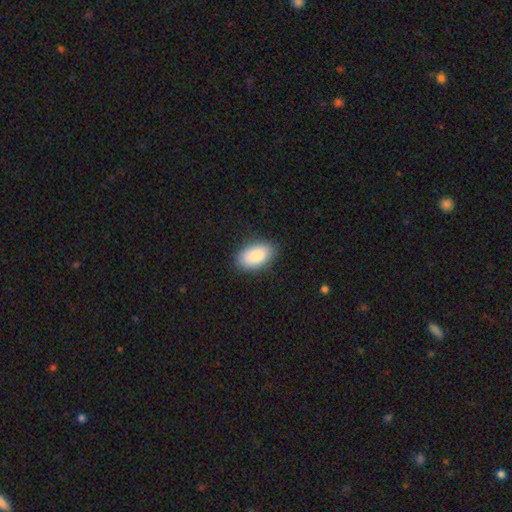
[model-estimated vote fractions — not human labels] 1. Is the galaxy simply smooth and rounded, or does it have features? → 86% smooth, 7% featured or disk, 6% star or artifact.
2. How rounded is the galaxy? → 94% in between, 5% round, 2% cigar-shaped.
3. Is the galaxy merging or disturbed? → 86% none, 11% minor disturbance, 2% major disturbance, 1% merger.